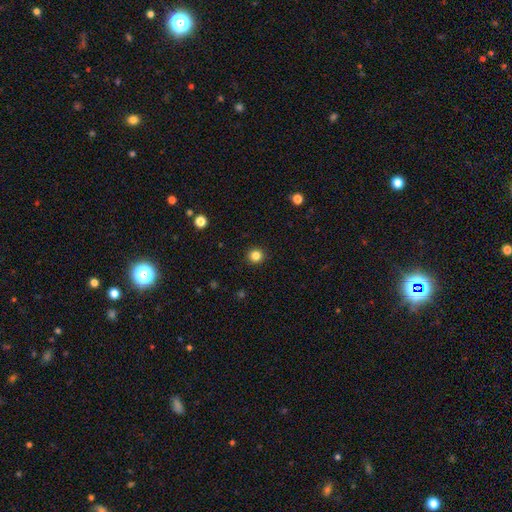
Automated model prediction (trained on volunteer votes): This is clearly a smooth galaxy (83%). How rounded: clearly round (93%). Merging: clearly none (93%).